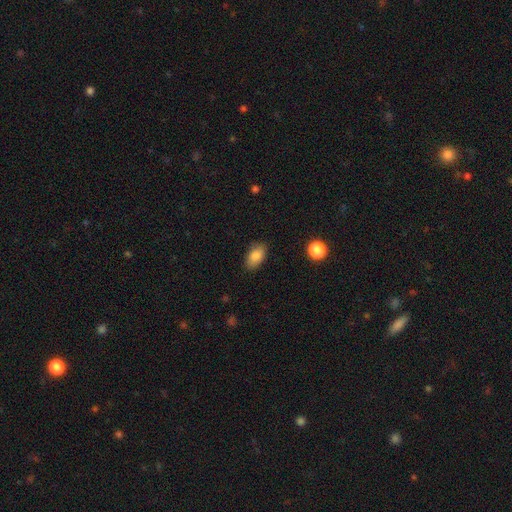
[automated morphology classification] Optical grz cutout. It shows a smooth galaxy with no disk features (86%) that is in between round and cigar-shaped (91%). Merging: none (84%).